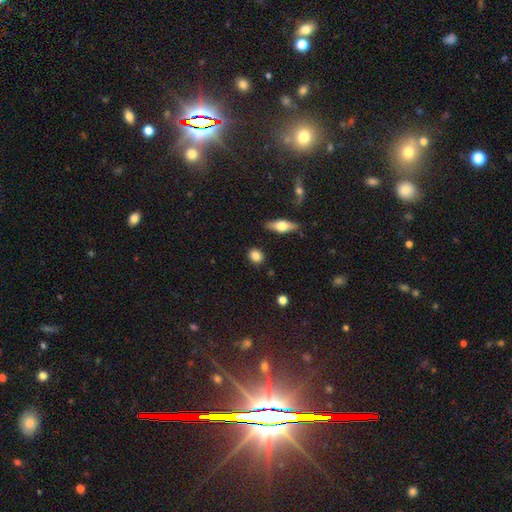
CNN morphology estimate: Smooth or featured?
  - smooth: 83% *
  - featured or disk: 9%
  - star or artifact: 8%
How rounded?
  - round: 65% *
  - in between: 31%
  - cigar-shaped: 3%
Merging?
  - none: 87% *
  - minor disturbance: 8%
  - major disturbance: 2%
  - merger: 2%